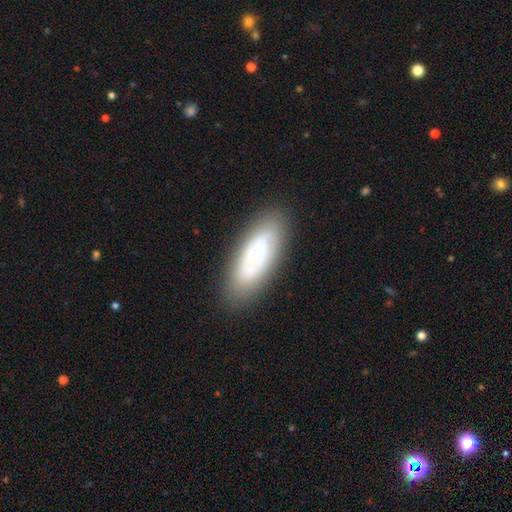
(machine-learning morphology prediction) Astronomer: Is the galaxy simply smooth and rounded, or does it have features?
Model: smooth — 58% (runner-up: featured or disk, 33%).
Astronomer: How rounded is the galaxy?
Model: in between — 71%.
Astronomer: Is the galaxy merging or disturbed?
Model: none — 80%.